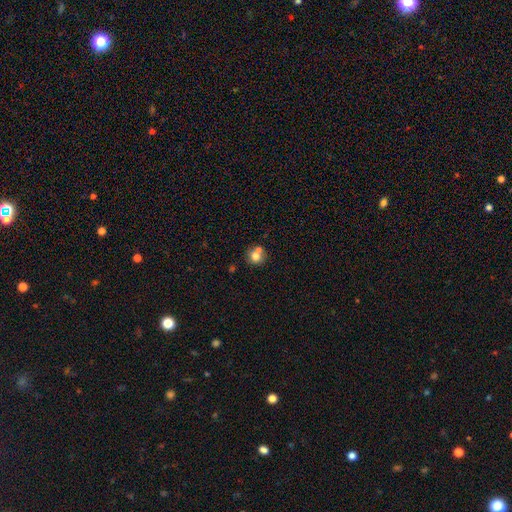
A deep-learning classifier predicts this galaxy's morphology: This appears to be a smooth galaxy with no disk features (75%) that is round (86%). Merging: none (51%).